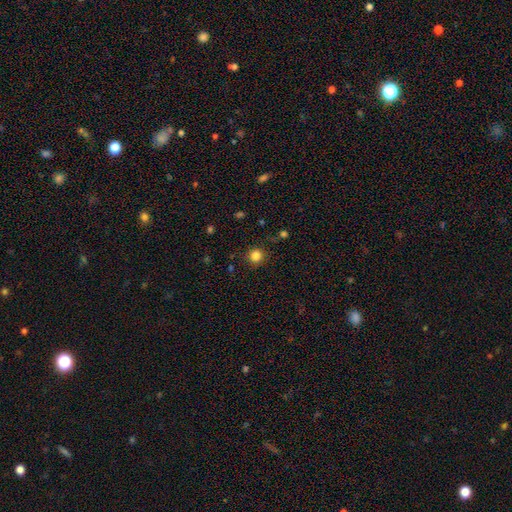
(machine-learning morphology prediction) Smooth or featured? Predicted: smooth (p=0.83). How rounded? Predicted: round (p=0.93). Merging? Predicted: none (p=0.87).